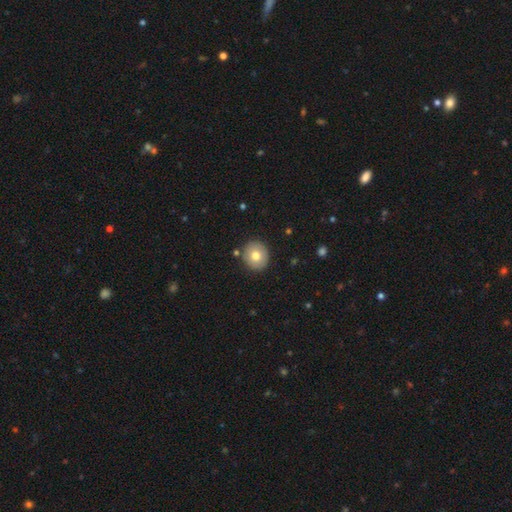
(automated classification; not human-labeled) smooth_or_featured: smooth (p=0.75) [alt: featured or disk p=0.16]
how_rounded: round (p=0.85) [alt: in between p=0.14]
merging: none (p=0.88) [alt: minor disturbance p=0.07]